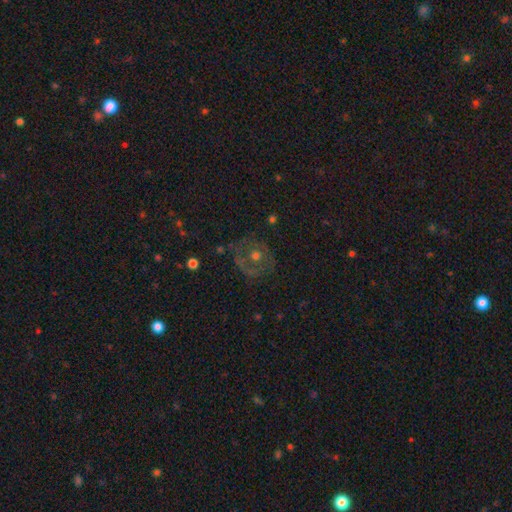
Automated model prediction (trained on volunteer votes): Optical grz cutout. It shows a featured or disk galaxy (51%). Merging: none (67%).